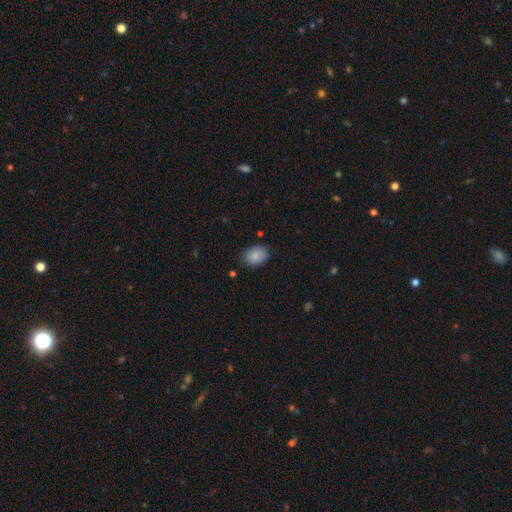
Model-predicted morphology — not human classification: The model was most divided on "how rounded": in between: 76%, round: 23%, cigar-shaped: 1%. More confident: smooth or featured — smooth (86%); merging — none (79%).